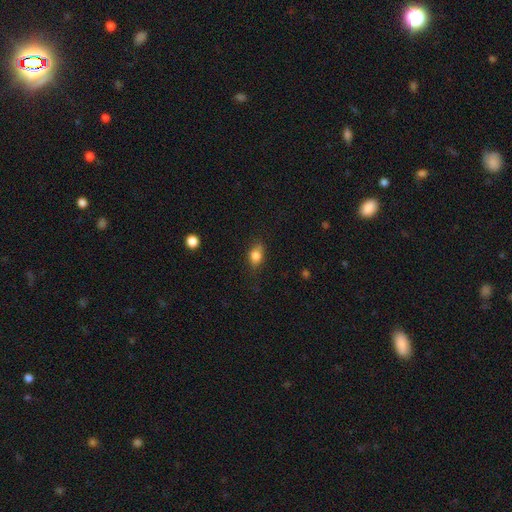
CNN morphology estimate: smooth_or_featured: smooth (p=0.80) [alt: featured or disk p=0.10]
how_rounded: in between (p=0.68) [alt: round p=0.29]
merging: none (p=0.68) [alt: minor disturbance p=0.24]